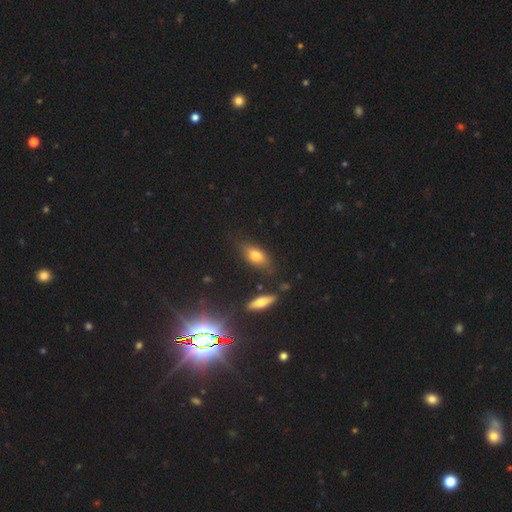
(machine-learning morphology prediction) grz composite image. It shows a smooth galaxy with no disk features (72%) that is in between round and cigar-shaped (79%). Merging: none (75%).